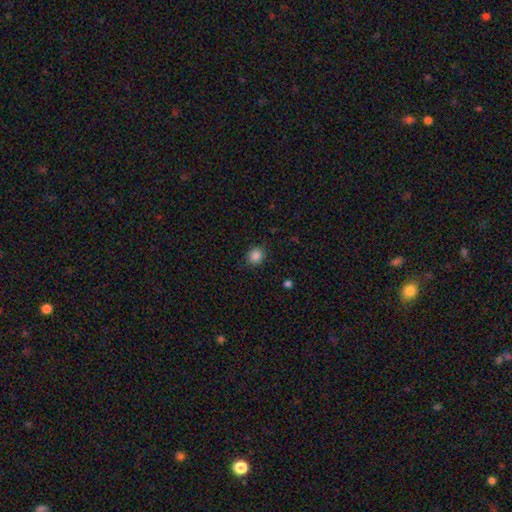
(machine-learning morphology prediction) A smooth galaxy with no disk features (86%) that is round (76%).

Vote fractions:
- Smooth or featured? smooth: 86% / star or artifact: 10% / featured or disk: 3%
- How rounded? round: 76% / in between: 23% / cigar-shaped: 1%
- Merging? none: 85% / minor disturbance: 11% / major disturbance: 3% / merger: 1%